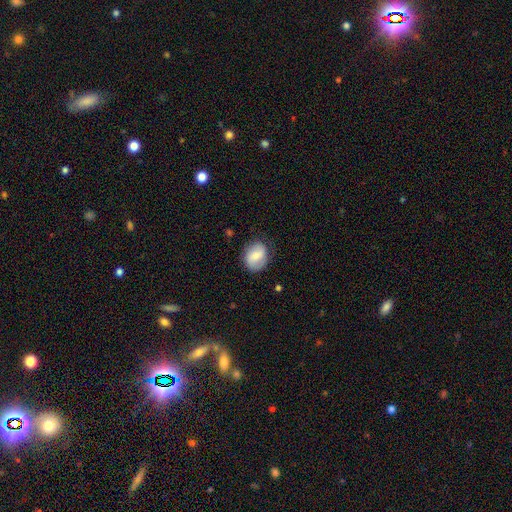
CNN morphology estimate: The model was most divided on "how rounded": round: 54%, in between: 45%, cigar-shaped: 1%. More confident: merging — none (75%); smooth or featured — smooth (62%).